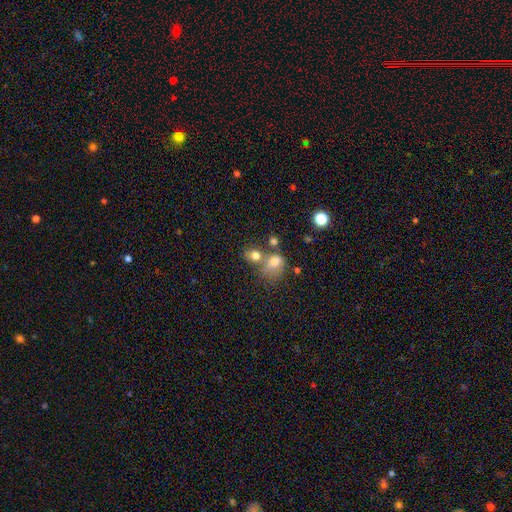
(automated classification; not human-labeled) Q: Smooth or featured?
A: smooth (74%); runner-up: star or artifact (14%)
Q: How rounded?
A: round (64%); runner-up: in between (35%)
Q: Merging?
A: merger (43%); runner-up: none (38%)